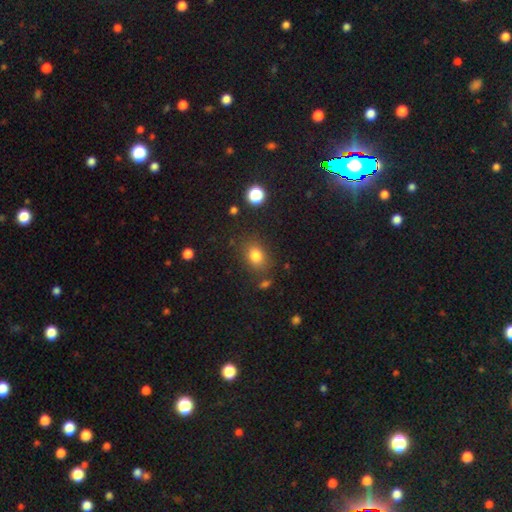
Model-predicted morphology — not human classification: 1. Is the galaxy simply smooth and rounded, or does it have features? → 82% smooth, 11% star or artifact, 7% featured or disk.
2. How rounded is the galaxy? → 58% in between, 41% round, 1% cigar-shaped.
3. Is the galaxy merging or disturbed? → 79% none, 12% minor disturbance, 5% major disturbance, 4% merger.